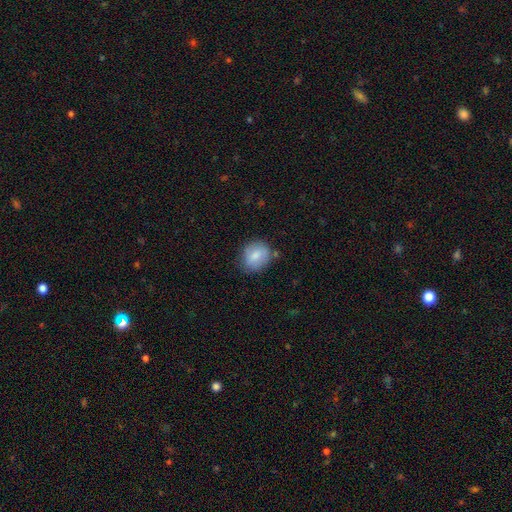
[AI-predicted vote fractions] Morphology: type=smooth (79%); roundness=round (61%); merging=none (71%).